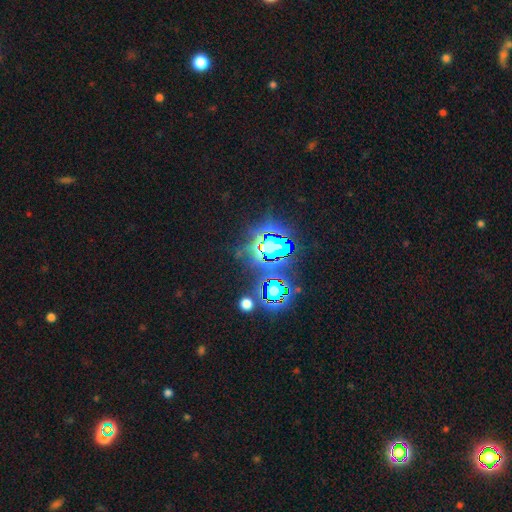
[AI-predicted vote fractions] Smooth or featured? star or artifact (83%)